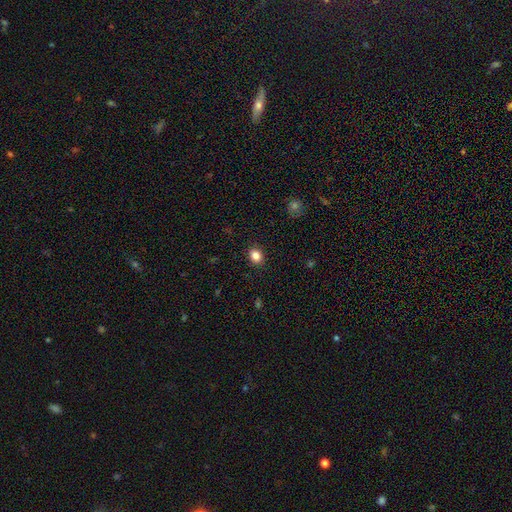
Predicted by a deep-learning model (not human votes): The model was most divided on "how rounded": round: 55%, in between: 45%, cigar-shaped: 1%. More confident: merging — none (90%); smooth or featured — smooth (85%).